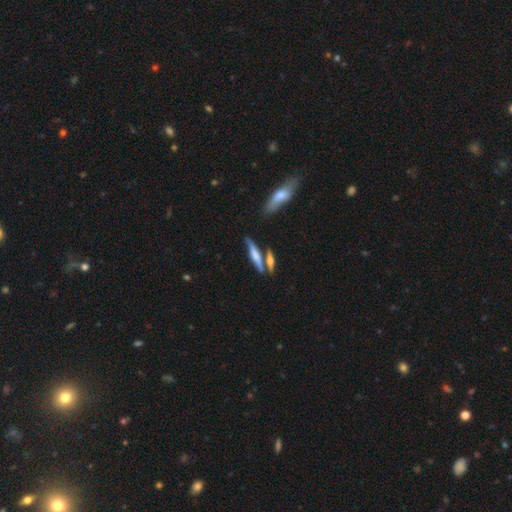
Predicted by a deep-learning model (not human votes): Morphology: type=smooth (51%); roundness=cigar-shaped (79%); merging=none (58%).